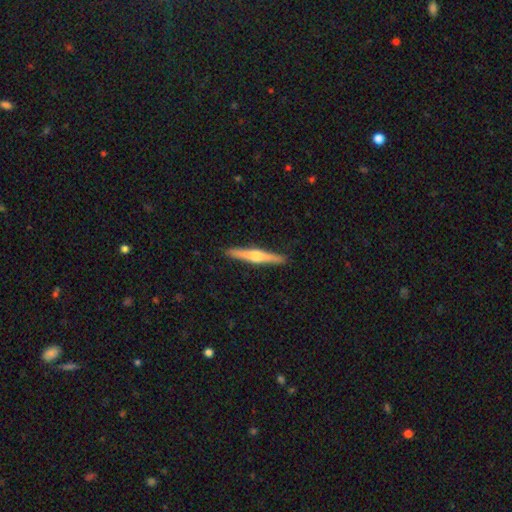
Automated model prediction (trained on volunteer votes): Smooth or featured: featured or disk — 67% (smooth — 28%)
Edge-on disk: yes — 98% (no — 2%)
Edge-on bulge: rounded — 92% (none — 4%)
Merging: none — 92% (minor disturbance — 5%)